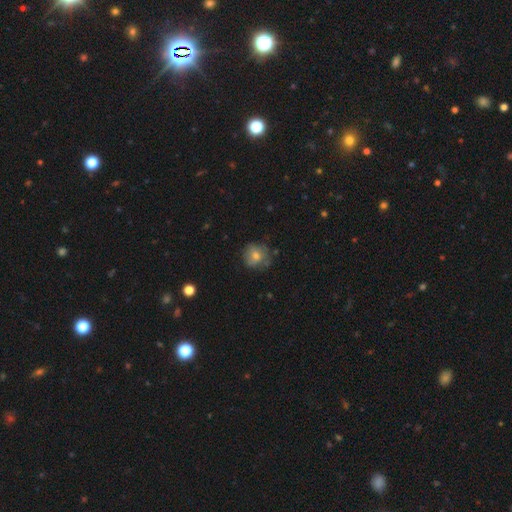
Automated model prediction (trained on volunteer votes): The model was most divided on "smooth or featured": smooth: 64%, featured or disk: 25%, star or artifact: 12%. More confident: how rounded — round (83%); merging — none (68%).